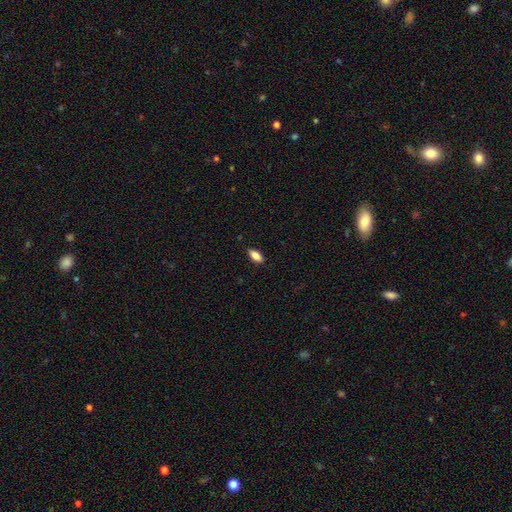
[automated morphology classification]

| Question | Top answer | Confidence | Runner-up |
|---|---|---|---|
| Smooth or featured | smooth | 85% | featured or disk (7%) |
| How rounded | in between | 87% | cigar-shaped (10%) |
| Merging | none | 87% | minor disturbance (10%) |